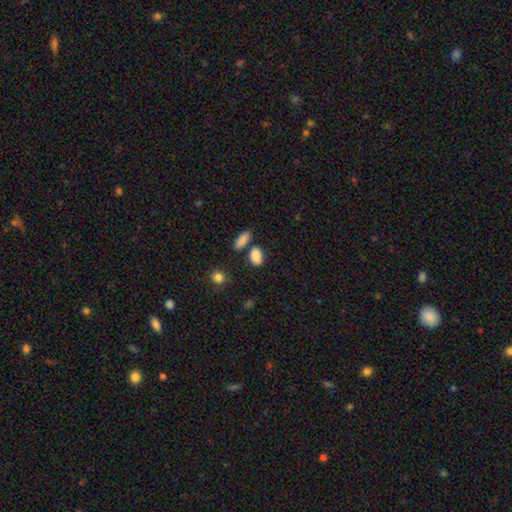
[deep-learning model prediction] smooth 87%, star or artifact 8%, featured or disk 5%. Down the decision tree: how rounded — in between (81%); merging — none (70%).